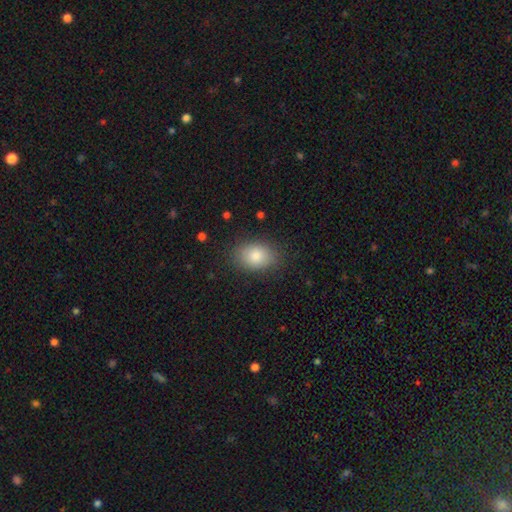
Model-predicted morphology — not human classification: smooth 83%, star or artifact 8%, featured or disk 8%. Down the decision tree: how rounded — in between (78%); merging — none (84%).